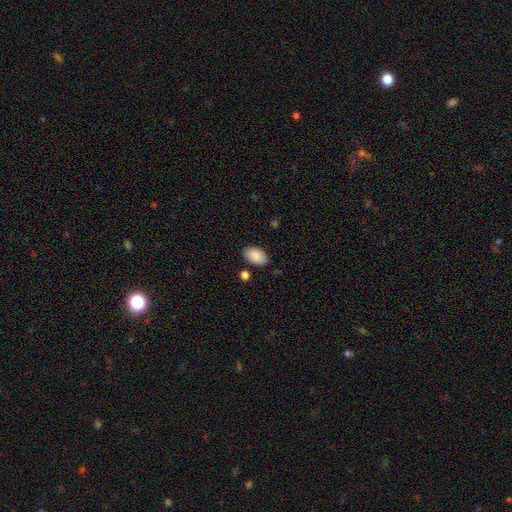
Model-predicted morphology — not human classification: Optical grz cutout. It shows a smooth galaxy with no disk features (89%) that is in between round and cigar-shaped (94%). Merging: none (85%).